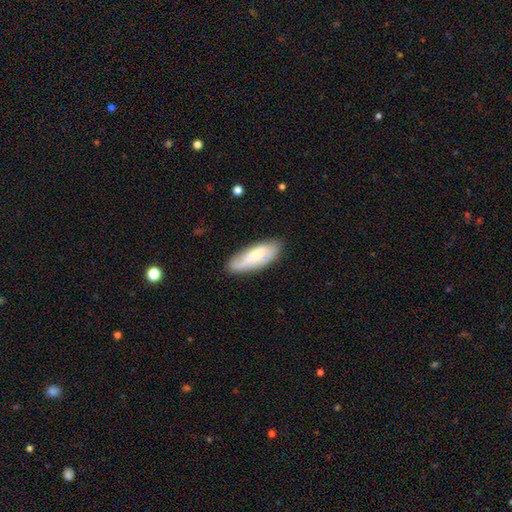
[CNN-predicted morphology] A smooth galaxy with no disk features (56%) that is in between round and cigar-shaped (72%). Merging: none (79%).